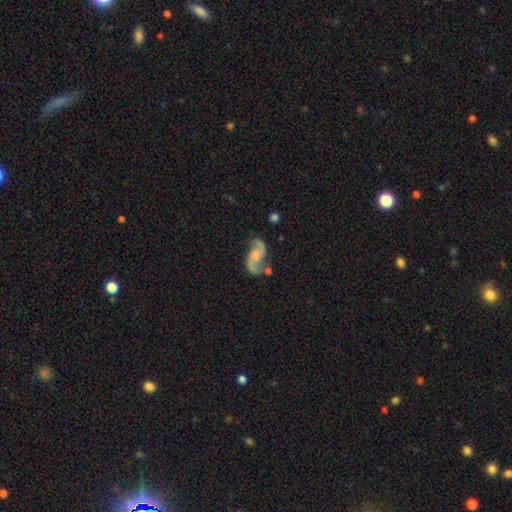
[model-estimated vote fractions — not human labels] Smooth or featured: featured or disk — 83% (smooth — 11%)
Edge-on disk: no — 97% (yes — 3%)
Bar: no — 60% (weak — 32%)
Spiral arms: yes — 95% (no — 5%)
Spiral winding: loose — 68% (medium — 26%)
Spiral arm count: 2 — 93% (can't tell — 2%)
Bulge size: small — 34% (none — 30%)
Merging: none — 63% (minor disturbance — 18%)